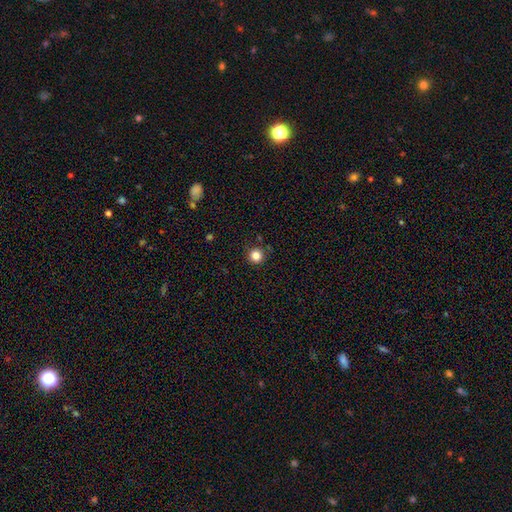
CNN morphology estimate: Overall: smooth (84%). How rounded: round (95%). Merging: none (89%).